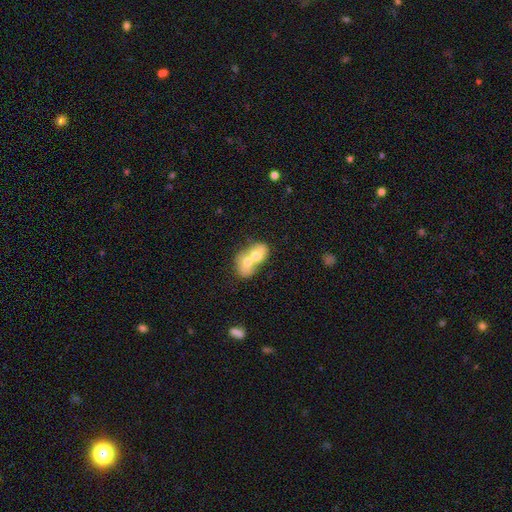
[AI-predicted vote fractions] A smooth galaxy with no disk features (57%) that is in between round and cigar-shaped (65%).

Vote fractions:
- Smooth or featured? smooth: 57% / featured or disk: 34% / star or artifact: 9%
- How rounded? in between: 65% / round: 33% / cigar-shaped: 2%
- Merging? merger: 80% / none: 12% / minor disturbance: 5% / major disturbance: 3%